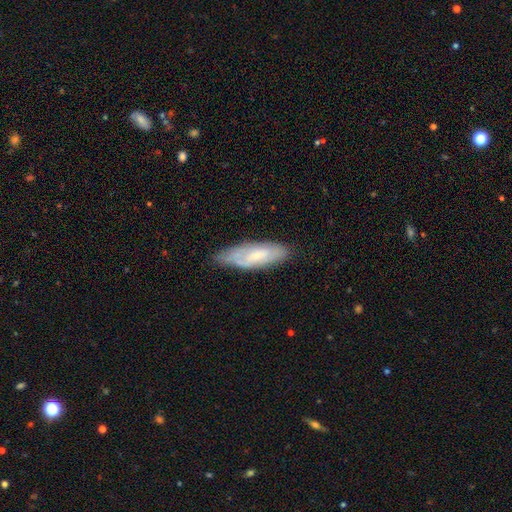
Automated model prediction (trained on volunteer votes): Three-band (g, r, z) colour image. It shows a smooth galaxy with no disk features (49%). Merging: none (65%).